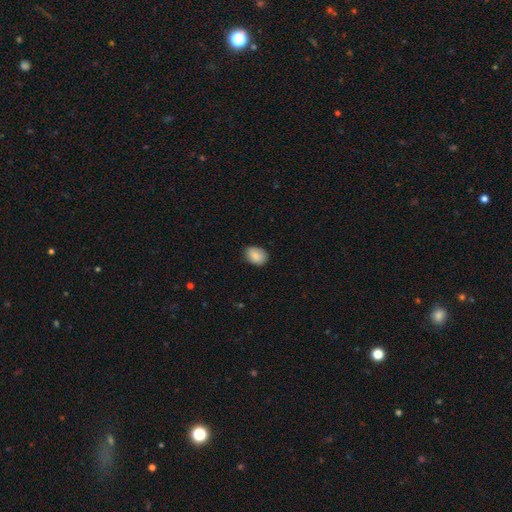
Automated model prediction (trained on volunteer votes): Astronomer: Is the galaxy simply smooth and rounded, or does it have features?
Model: smooth — 87%.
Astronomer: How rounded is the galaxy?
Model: in between — 73%.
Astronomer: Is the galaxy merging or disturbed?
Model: none — 83%.